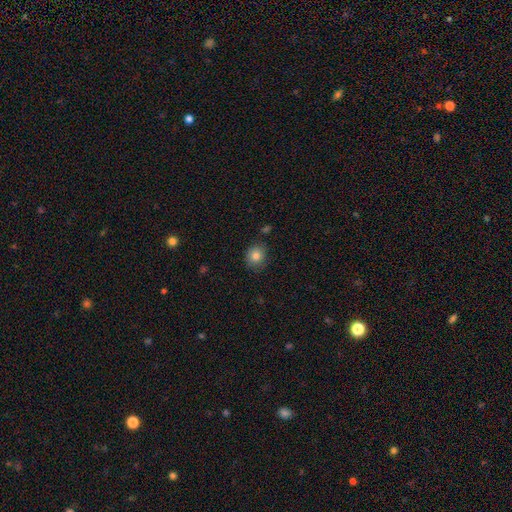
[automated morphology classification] smooth_or_featured: smooth (p=0.83) [alt: star or artifact p=0.10]
how_rounded: round (p=0.78) [alt: in between p=0.21]
merging: none (p=0.83) [alt: minor disturbance p=0.12]